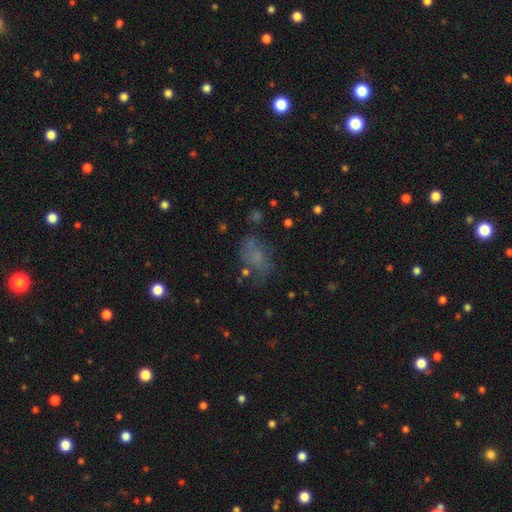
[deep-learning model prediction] This is possibly a smooth galaxy (52%). How rounded: clearly in between (81%). Merging: possibly none (50%).